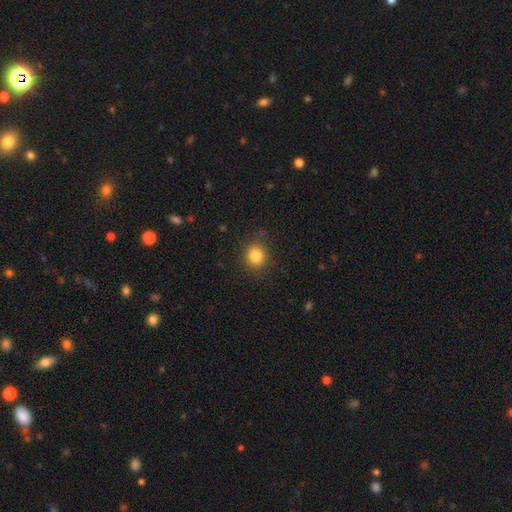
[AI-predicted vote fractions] Smooth or featured? Predicted: smooth (p=0.83). How rounded? Predicted: round (p=0.85). Merging? Predicted: none (p=0.87).